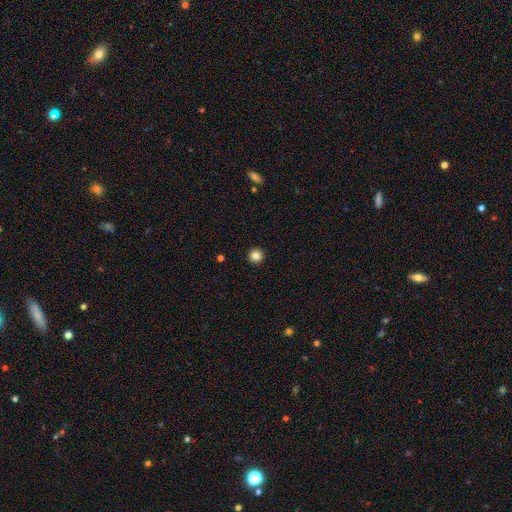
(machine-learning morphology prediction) The model was most divided on "smooth or featured": smooth: 83%, star or artifact: 11%, featured or disk: 6%. More confident: how rounded — round (96%); merging — none (94%).